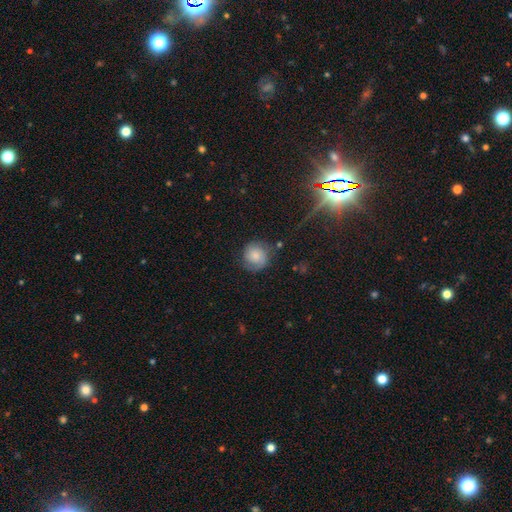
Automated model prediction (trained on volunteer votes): smooth-or-featured: smooth: 54% | featured or disk: 36% | star or artifact: 10%
  how-rounded: round: 88% | in between: 11% | cigar-shaped: 1%
  merging: none: 73% | minor disturbance: 18% | major disturbance: 7% | merger: 2%